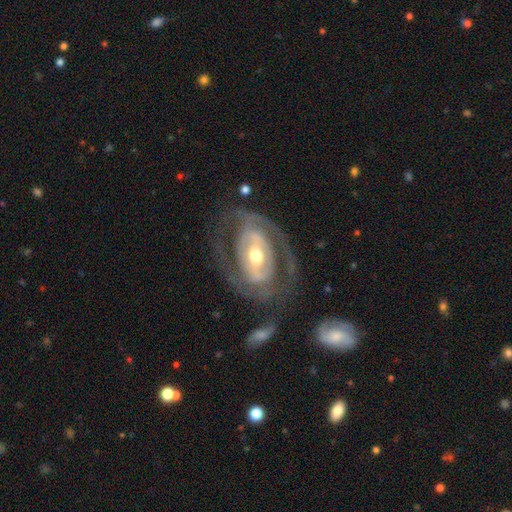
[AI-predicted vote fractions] A featured or disk galaxy (82%) with a strong bar (36%), 2 (66%) tight (48%) spiral arms (71%) and a moderate central bulge (68%). Merging: none (66%).